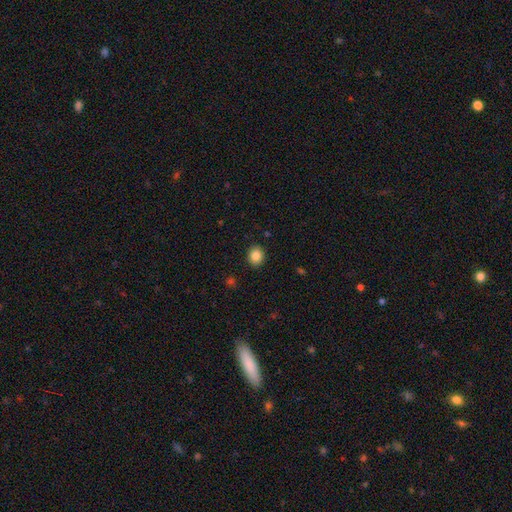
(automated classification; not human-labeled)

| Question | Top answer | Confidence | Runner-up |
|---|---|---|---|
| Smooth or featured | smooth | 85% | star or artifact (10%) |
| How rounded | round | 69% | in between (30%) |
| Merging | none | 90% | minor disturbance (7%) |